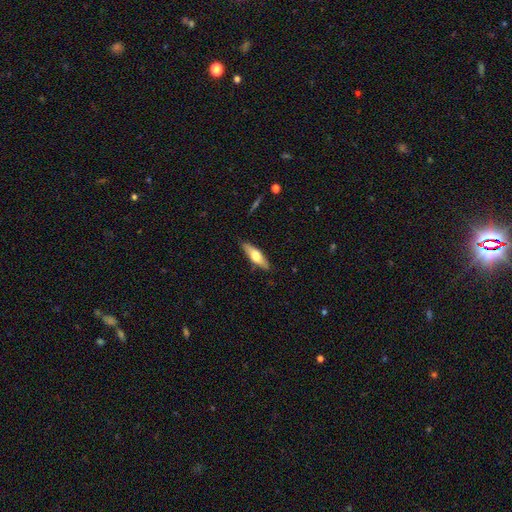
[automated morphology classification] This is possibly a smooth galaxy (53%). How rounded: possibly cigar-shaped (53%). Merging: clearly none (85%).